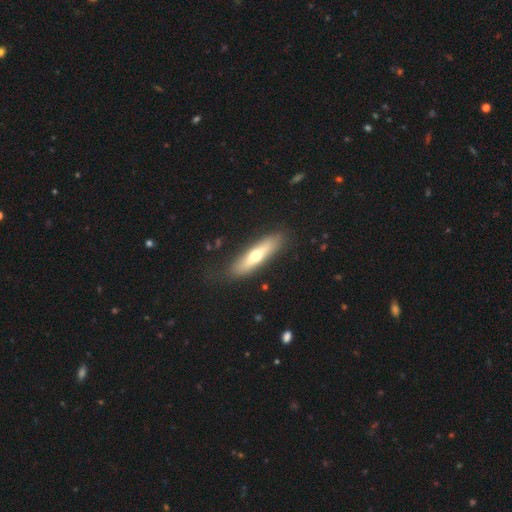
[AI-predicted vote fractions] Smooth or featured?
  - smooth: 52% *
  - featured or disk: 43%
  - star or artifact: 6%
How rounded?
  - cigar-shaped: 69% *
  - in between: 28%
  - round: 2%
Merging?
  - none: 84% *
  - minor disturbance: 11%
  - major disturbance: 4%
  - merger: 1%